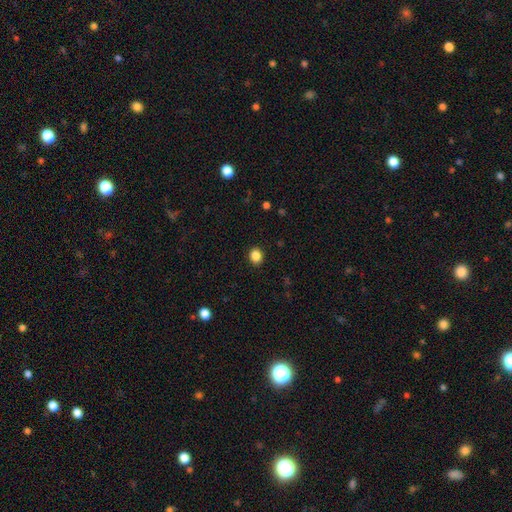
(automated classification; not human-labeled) smooth_or_featured: smooth (p=0.86) [alt: star or artifact p=0.11]
how_rounded: round (p=0.67) [alt: in between p=0.32]
merging: none (p=0.91) [alt: minor disturbance p=0.06]